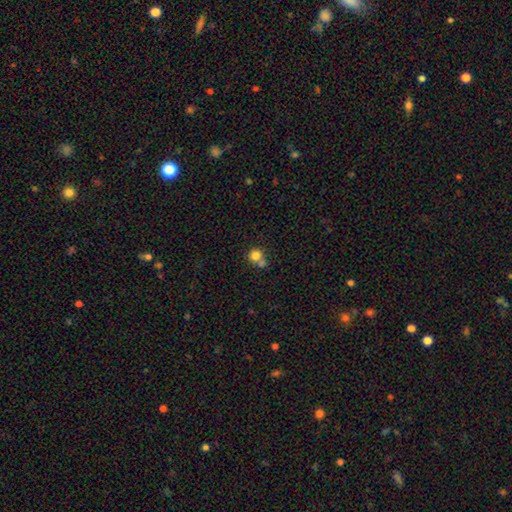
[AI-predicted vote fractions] smooth 79%, star or artifact 12%, featured or disk 9%. Down the decision tree: how rounded — round (87%); merging — none (48%).